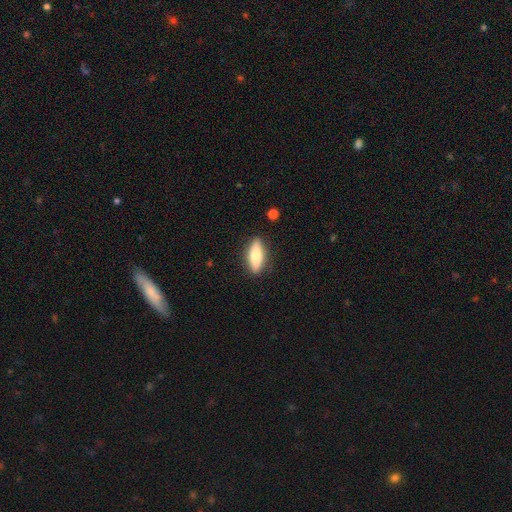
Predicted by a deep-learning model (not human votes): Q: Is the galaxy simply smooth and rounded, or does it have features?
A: smooth — 71%.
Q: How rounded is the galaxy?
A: in between — 54%.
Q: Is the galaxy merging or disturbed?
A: none — 87%.